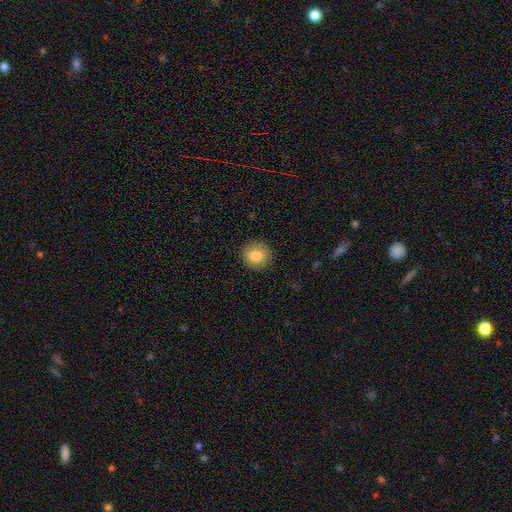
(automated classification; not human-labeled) A smooth galaxy with no disk features (83%) that is round (89%).

Vote fractions:
- Smooth or featured? smooth: 83% / featured or disk: 9% / star or artifact: 8%
- How rounded? round: 89% / in between: 10% / cigar-shaped: 1%
- Merging? none: 90% / minor disturbance: 7% / major disturbance: 2% / merger: 1%